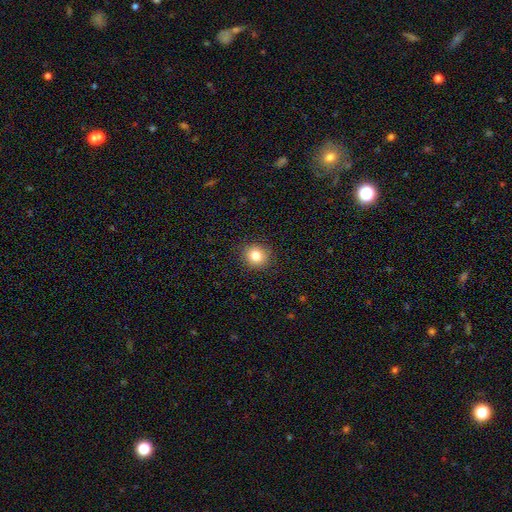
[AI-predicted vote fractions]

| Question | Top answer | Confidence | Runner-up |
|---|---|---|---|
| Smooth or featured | smooth | 82% | star or artifact (11%) |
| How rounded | round | 88% | in between (11%) |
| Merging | none | 90% | minor disturbance (7%) |